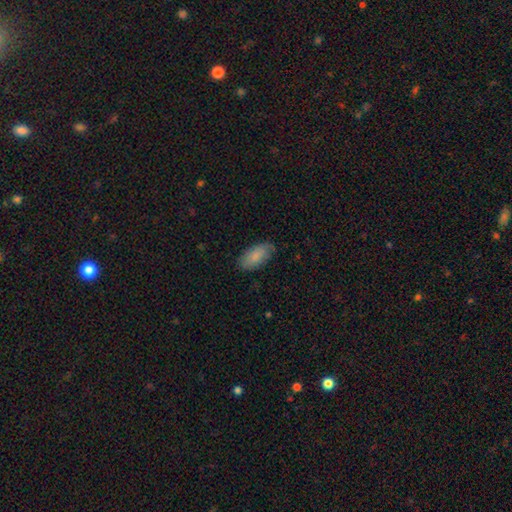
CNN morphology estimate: This is clearly a smooth galaxy (85%). How rounded: clearly in between (91%). Merging: clearly none (80%).